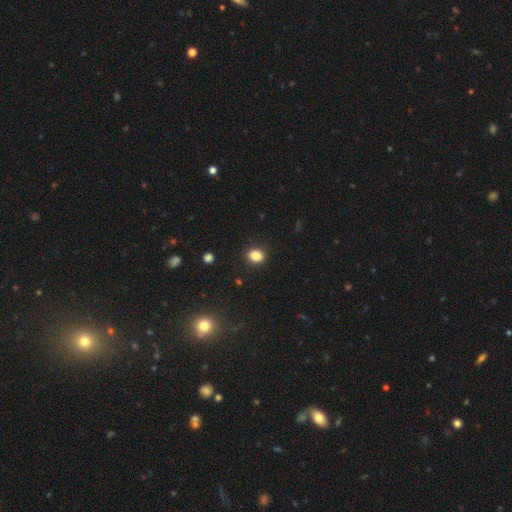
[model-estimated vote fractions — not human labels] Smooth or featured: smooth — 85% (star or artifact — 11%)
How rounded: round — 57% (in between — 42%)
Merging: none — 89% (minor disturbance — 7%)